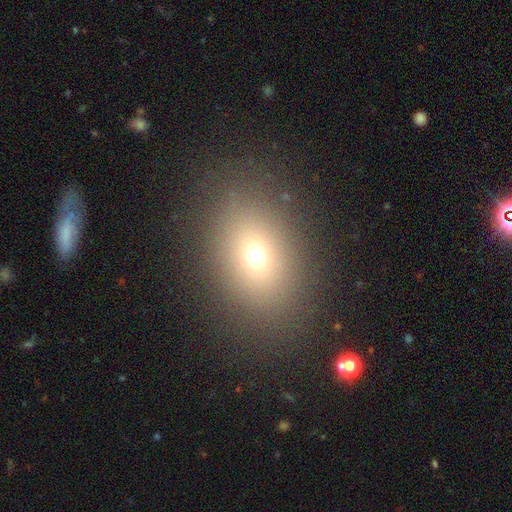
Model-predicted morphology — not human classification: A smooth galaxy with no disk features (68%) that is in between round and cigar-shaped (67%). Merging: none (86%).